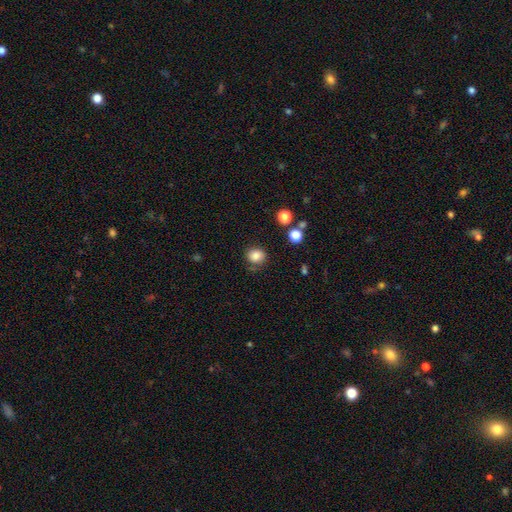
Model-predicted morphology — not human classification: smooth-or-featured: smooth: 82% | star or artifact: 12% | featured or disk: 6%
  how-rounded: round: 77% | in between: 22% | cigar-shaped: 1%
  merging: none: 77% | minor disturbance: 14% | major disturbance: 5% | merger: 4%